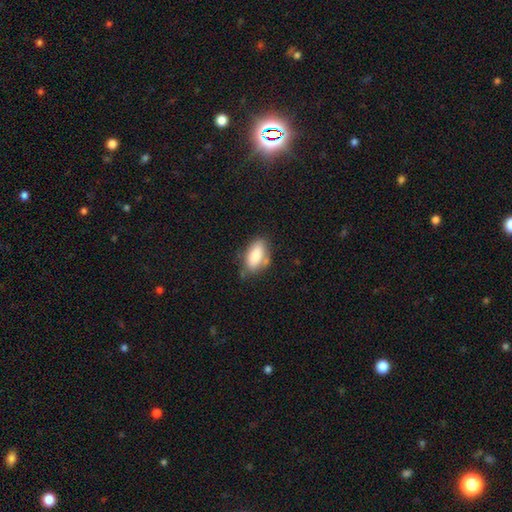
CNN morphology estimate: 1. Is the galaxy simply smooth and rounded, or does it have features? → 82% smooth, 12% featured or disk, 7% star or artifact.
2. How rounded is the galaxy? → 87% in between, 10% cigar-shaped, 3% round.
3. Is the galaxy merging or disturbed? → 63% none, 24% minor disturbance, 7% merger, 6% major disturbance.